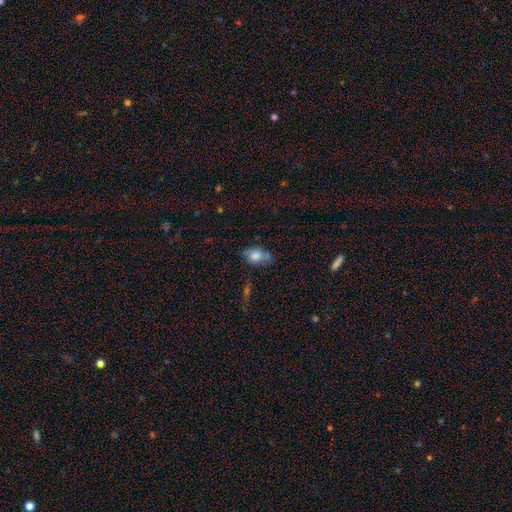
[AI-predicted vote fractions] Q: Smooth or featured?
A: smooth (75%); runner-up: featured or disk (15%)
Q: How rounded?
A: in between (77%); runner-up: round (20%)
Q: Merging?
A: none (58%); runner-up: minor disturbance (27%)